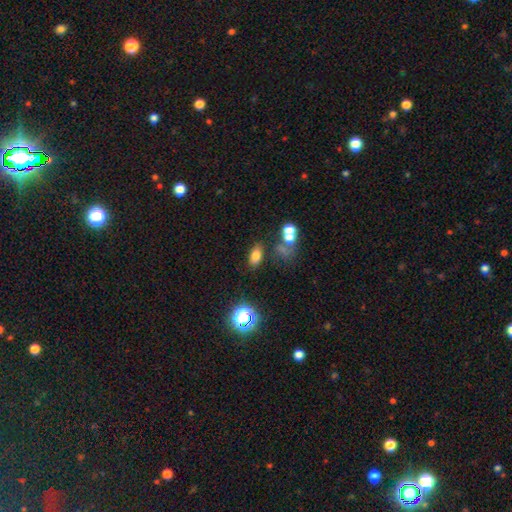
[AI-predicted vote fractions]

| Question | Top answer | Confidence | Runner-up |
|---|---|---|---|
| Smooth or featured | smooth | 75% | star or artifact (15%) |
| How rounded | in between | 86% | round (10%) |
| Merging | none | 74% | minor disturbance (12%) |